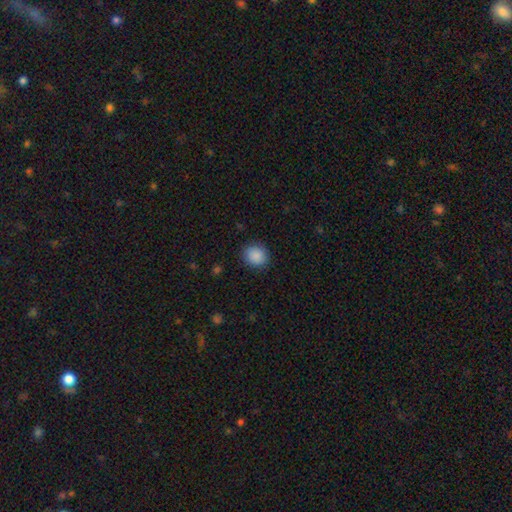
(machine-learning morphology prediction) Smooth or featured? smooth (89%)
How rounded? round (80%)
Merging? none (87%)